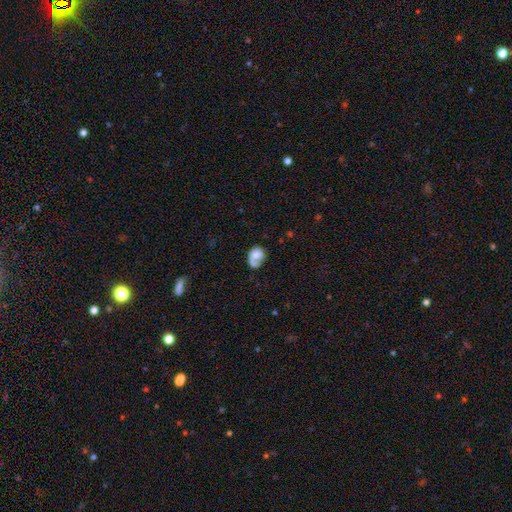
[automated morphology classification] Overall: smooth (51%; featured or disk 41%). How rounded: round (53%; in between 46%). Merging: none (40%; major disturbance 22%).